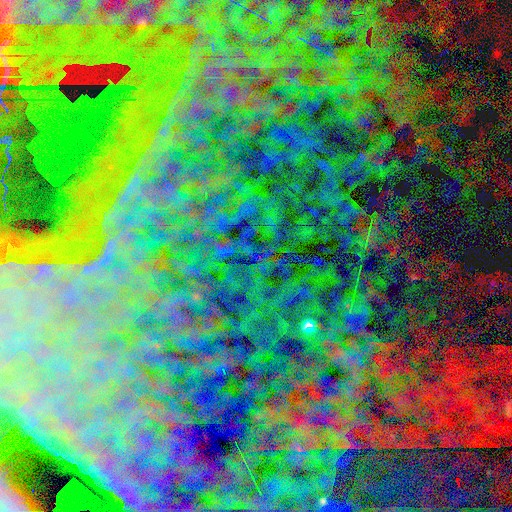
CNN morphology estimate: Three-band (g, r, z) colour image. It shows a star or artifact, not a galaxy (86%).